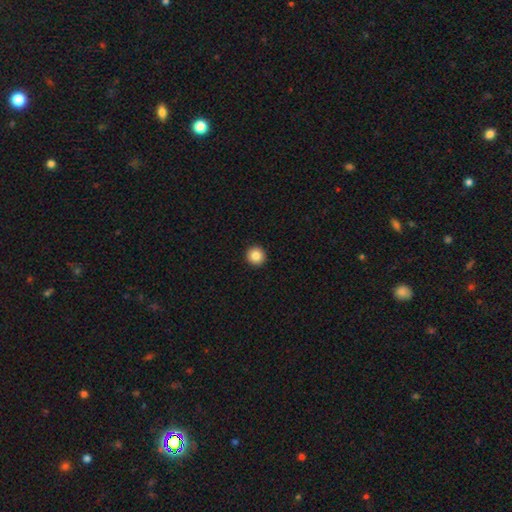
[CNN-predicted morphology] Smooth or featured? smooth (86%)
How rounded? round (96%)
Merging? none (94%)